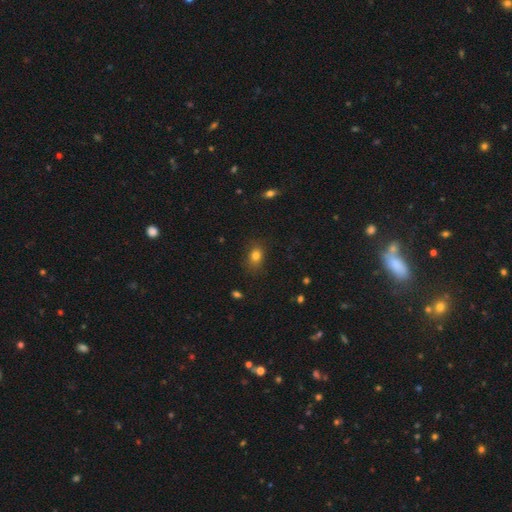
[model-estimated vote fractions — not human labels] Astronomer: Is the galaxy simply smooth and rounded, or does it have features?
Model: smooth — 79%.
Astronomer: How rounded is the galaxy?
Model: in between — 63%.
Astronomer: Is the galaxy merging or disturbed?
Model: none — 80%.